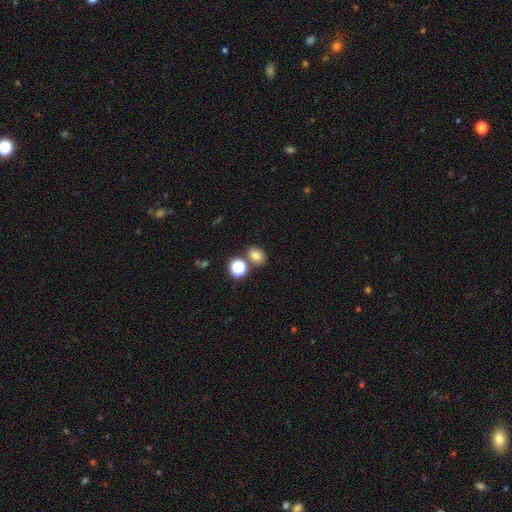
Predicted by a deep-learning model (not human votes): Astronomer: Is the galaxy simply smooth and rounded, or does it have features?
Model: smooth — 76%.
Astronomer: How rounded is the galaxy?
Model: in between — 54% (runner-up: round, 45%).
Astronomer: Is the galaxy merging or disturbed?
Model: none — 74%.